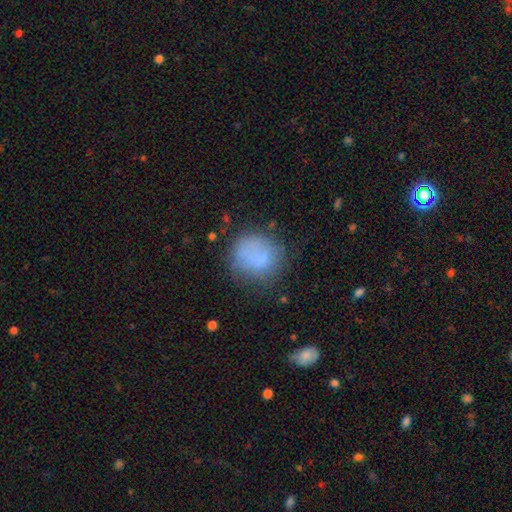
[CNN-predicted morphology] Smooth or featured: smooth — 74% (featured or disk — 15%)
How rounded: round — 83% (in between — 16%)
Merging: none — 61% (minor disturbance — 23%)